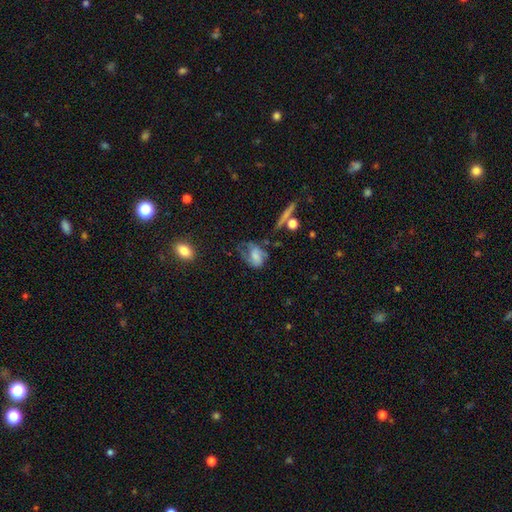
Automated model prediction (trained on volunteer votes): smooth_or_featured: smooth (p=0.49) [alt: featured or disk p=0.40]
merging: major disturbance (p=0.37) [alt: none p=0.30]